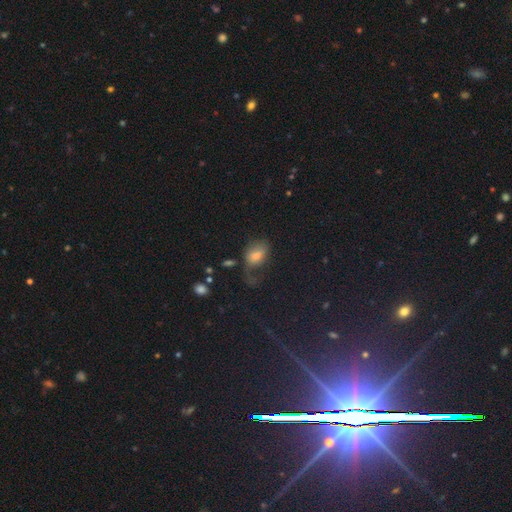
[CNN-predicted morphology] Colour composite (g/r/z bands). It shows a smooth galaxy with no disk features (58%) that is in between round and cigar-shaped (82%). Merging: none (37%).